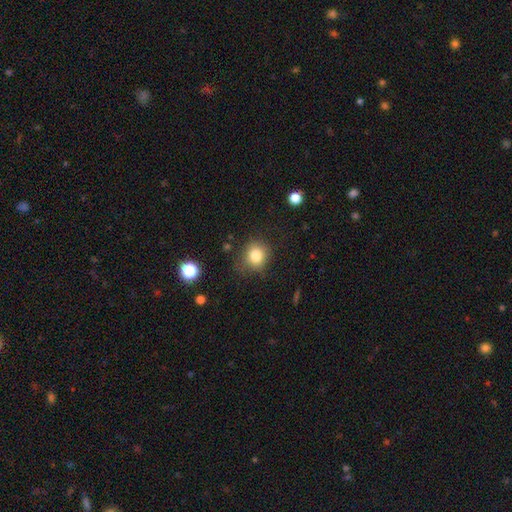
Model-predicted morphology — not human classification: This is clearly a smooth galaxy (81%). How rounded: clearly round (81%). Merging: likely none (78%).